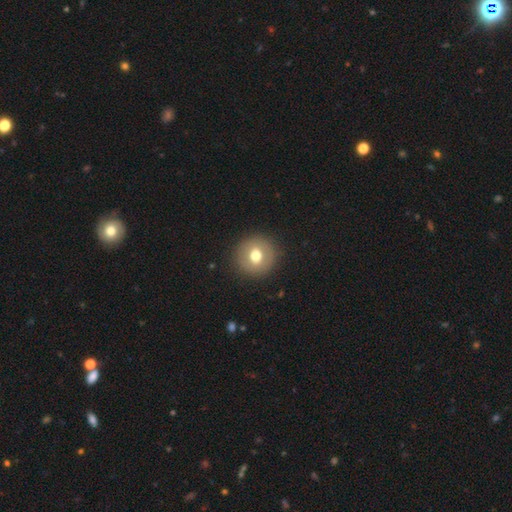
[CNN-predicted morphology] A smooth galaxy with no disk features (68%) that is round (92%).

Vote fractions:
- Smooth or featured? smooth: 68% / featured or disk: 23% / star or artifact: 9%
- How rounded? round: 92% / in between: 7% / cigar-shaped: 1%
- Merging? none: 90% / minor disturbance: 6% / major disturbance: 3% / merger: 1%